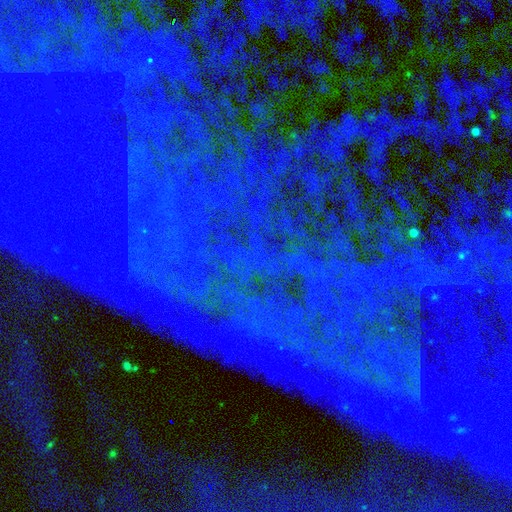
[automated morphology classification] This appears to be a star or artifact, not a galaxy (84%).